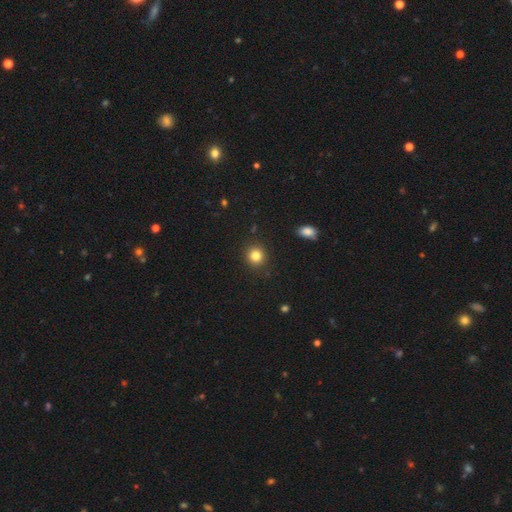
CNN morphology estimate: Overall: smooth (83%). How rounded: round (88%). Merging: none (90%).